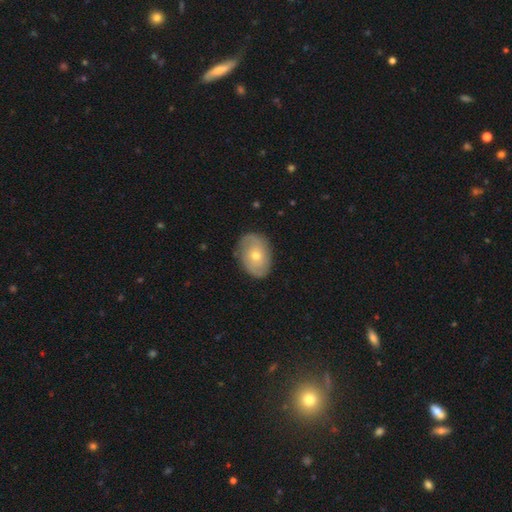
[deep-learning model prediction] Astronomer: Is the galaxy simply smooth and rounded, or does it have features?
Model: featured or disk — 54% (runner-up: smooth, 38%).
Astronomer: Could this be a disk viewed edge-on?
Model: no — 94%.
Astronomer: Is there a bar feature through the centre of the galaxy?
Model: no — 80%.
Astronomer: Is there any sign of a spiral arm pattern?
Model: yes — 72%.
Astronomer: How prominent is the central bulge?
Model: moderate — 53% (runner-up: small, 43%).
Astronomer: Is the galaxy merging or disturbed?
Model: none — 80%.